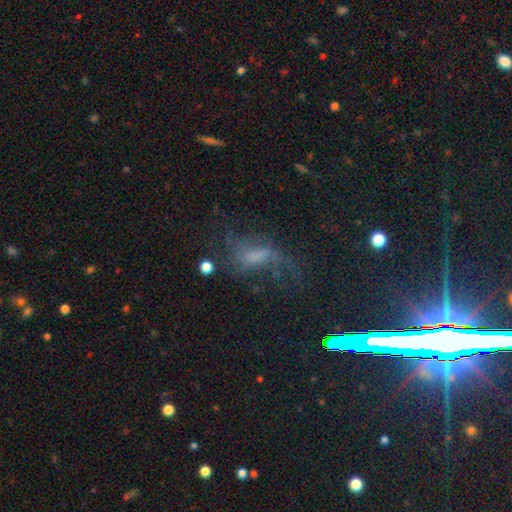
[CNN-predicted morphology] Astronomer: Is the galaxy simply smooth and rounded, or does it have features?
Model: featured or disk — 45% (runner-up: smooth, 30%).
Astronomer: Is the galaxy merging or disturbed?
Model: none — 40% (runner-up: major disturbance, 38%).